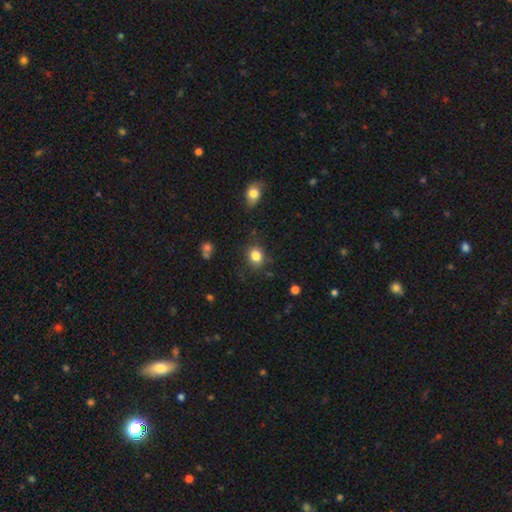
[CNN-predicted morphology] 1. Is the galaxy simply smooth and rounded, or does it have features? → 83% smooth, 11% star or artifact, 6% featured or disk.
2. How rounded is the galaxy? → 61% round, 38% in between, 1% cigar-shaped.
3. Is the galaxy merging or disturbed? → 78% none, 15% minor disturbance, 4% major disturbance, 3% merger.